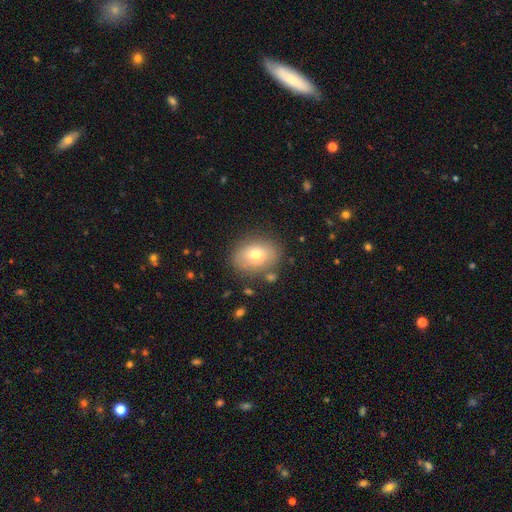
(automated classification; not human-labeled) A smooth galaxy with no disk features (69%) that is in between round and cigar-shaped (66%).

Vote fractions:
- Smooth or featured? smooth: 69% / featured or disk: 21% / star or artifact: 10%
- How rounded? in between: 66% / round: 33% / cigar-shaped: 1%
- Merging? none: 80% / minor disturbance: 13% / major disturbance: 4% / merger: 3%